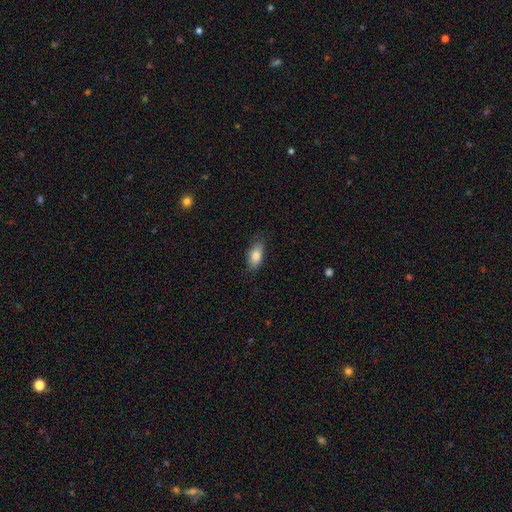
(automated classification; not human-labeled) The model was most divided on "merging": none: 80%, minor disturbance: 16%, major disturbance: 3%, merger: 1%. More confident: how rounded — in between (87%); smooth or featured — smooth (83%).